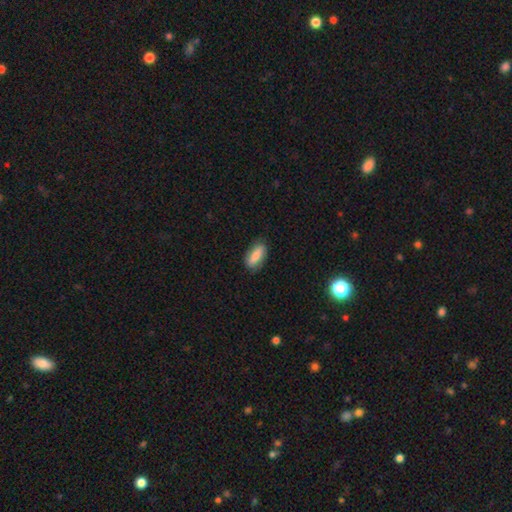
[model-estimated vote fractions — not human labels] Morphology: type=smooth (77%); roundness=in between (74%); merging=none (80%).